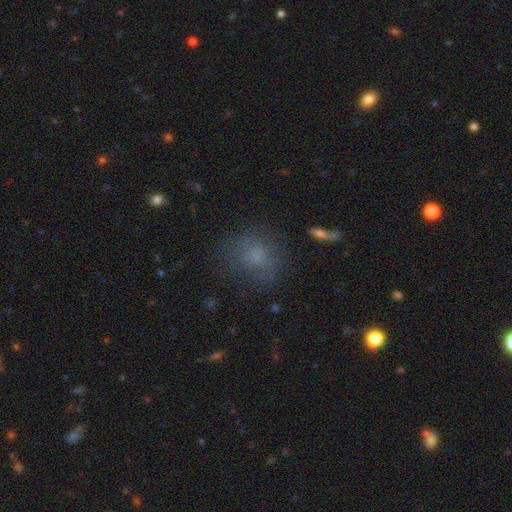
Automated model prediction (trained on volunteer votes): Overall: smooth (66%). How rounded: round (73%). Merging: none (68%).